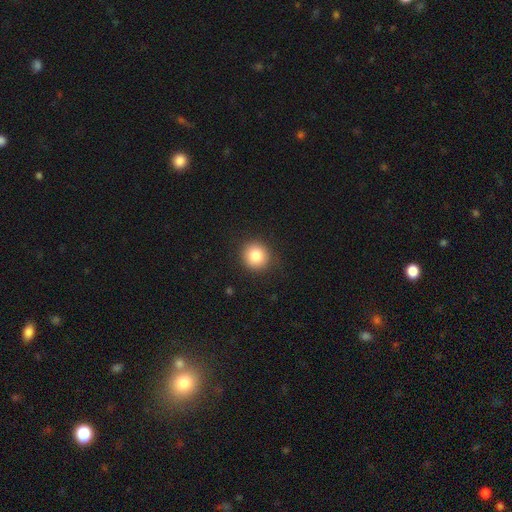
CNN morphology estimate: type=smooth (84%); roundness=round (90%); merging=none (89%).